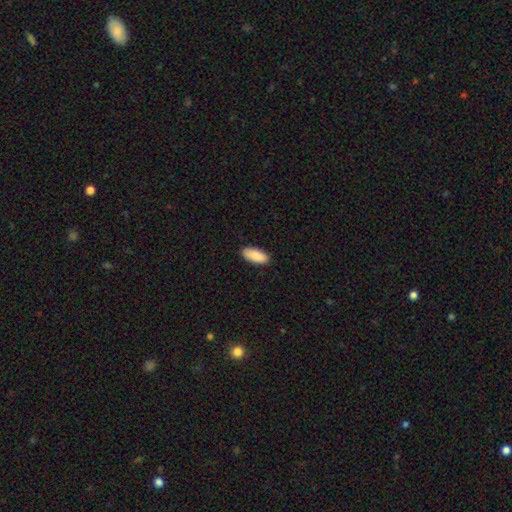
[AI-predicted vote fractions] Smooth or featured? Predicted: smooth (p=0.89). How rounded? Predicted: in between (p=0.86). Merging? Predicted: none (p=0.89).